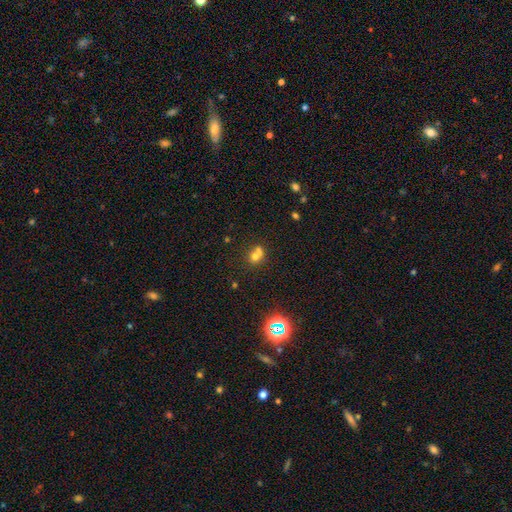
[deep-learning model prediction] smooth 64%, star or artifact 19%, featured or disk 17%. Down the decision tree: how rounded — round (75%); merging — merger (53%).